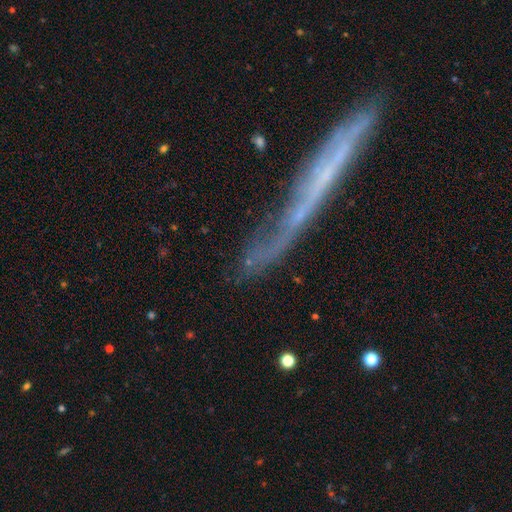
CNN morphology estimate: Q: Smooth or featured?
A: featured or disk (46%); runner-up: smooth (35%)
Q: Merging?
A: none (55%); runner-up: major disturbance (19%)